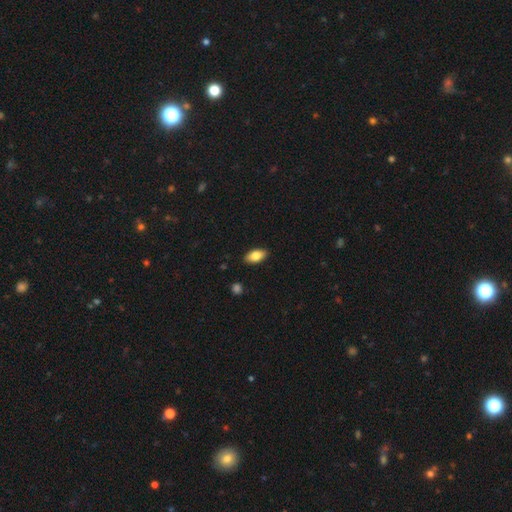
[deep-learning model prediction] Smooth or featured: smooth — 81% (featured or disk — 12%)
How rounded: in between — 92% (cigar-shaped — 5%)
Merging: none — 89% (minor disturbance — 9%)